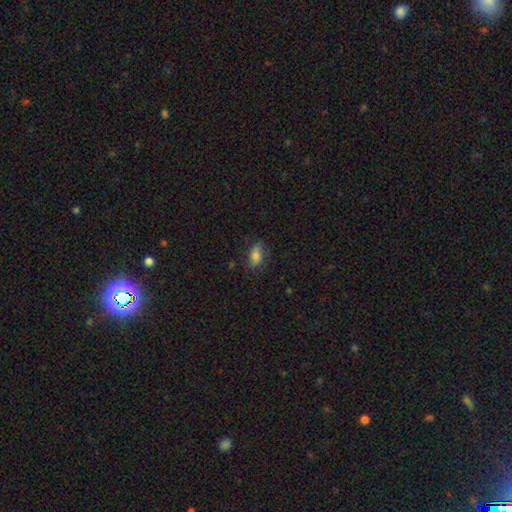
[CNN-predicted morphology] smooth 68%, featured or disk 22%, star or artifact 10%. Down the decision tree: how rounded — in between (86%); merging — none (71%).